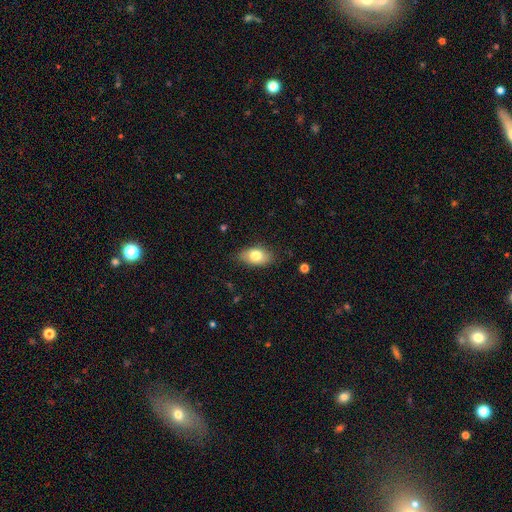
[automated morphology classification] smooth 77%, featured or disk 16%, star or artifact 7%. Down the decision tree: how rounded — in between (90%); merging — none (79%).